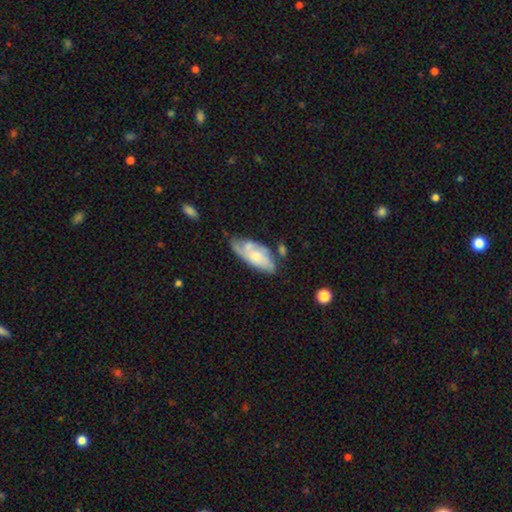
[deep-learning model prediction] Smooth or featured? featured or disk (62%)
Edge-on disk? no (91%)
Bar? no (72%)
Spiral arms? yes (85%)
Bulge size? moderate (44%)
Merging? none (49%)